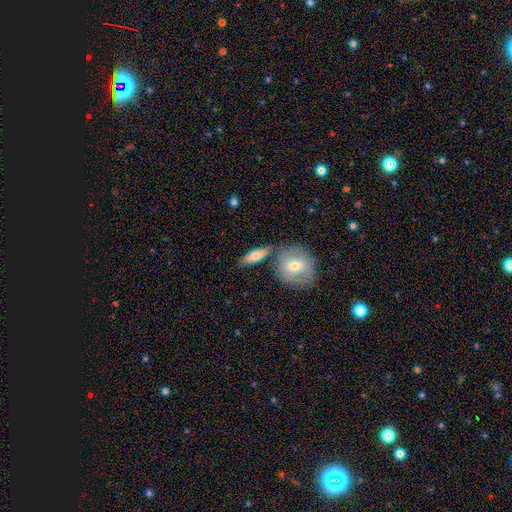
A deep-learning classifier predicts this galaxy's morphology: Smooth or featured? smooth (66%)
How rounded? in between (52%)
Merging? none (67%)